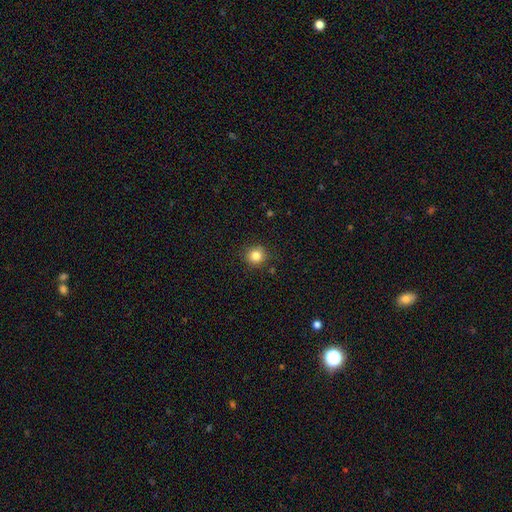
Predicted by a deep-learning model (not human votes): Smooth or featured: smooth — 83% (star or artifact — 12%)
How rounded: round — 91% (in between — 8%)
Merging: none — 88% (minor disturbance — 9%)